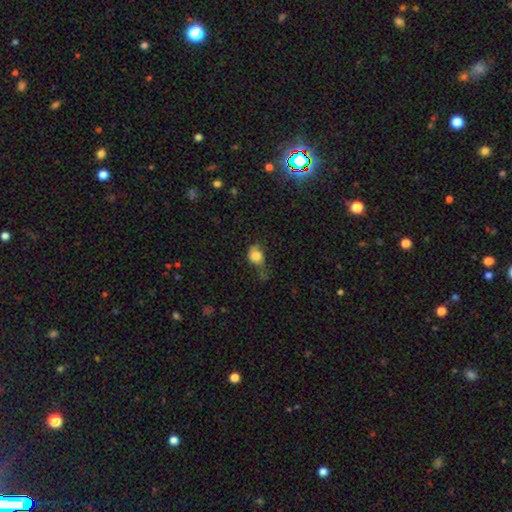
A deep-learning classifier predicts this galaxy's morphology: A smooth galaxy with no disk features (78%) that is round (57%).

Vote fractions:
- Smooth or featured? smooth: 78% / featured or disk: 12% / star or artifact: 10%
- How rounded? round: 57% / in between: 42% / cigar-shaped: 2%
- Merging? minor disturbance: 33% (tied) / none: 33% (tied) / major disturbance: 27% / merger: 7%